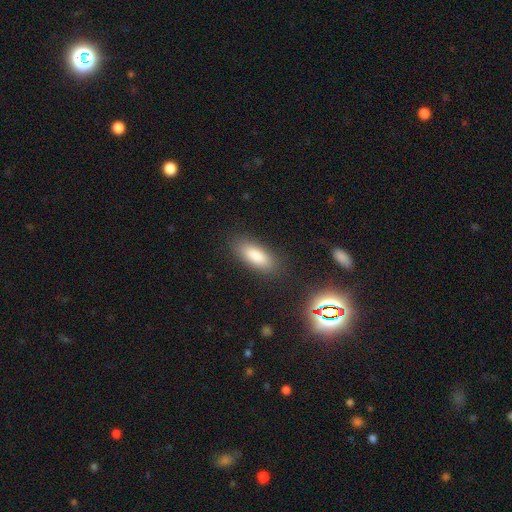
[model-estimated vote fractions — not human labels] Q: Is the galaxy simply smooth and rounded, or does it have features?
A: smooth — 79%.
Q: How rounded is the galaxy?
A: in between — 75%.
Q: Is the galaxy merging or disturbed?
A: none — 86%.